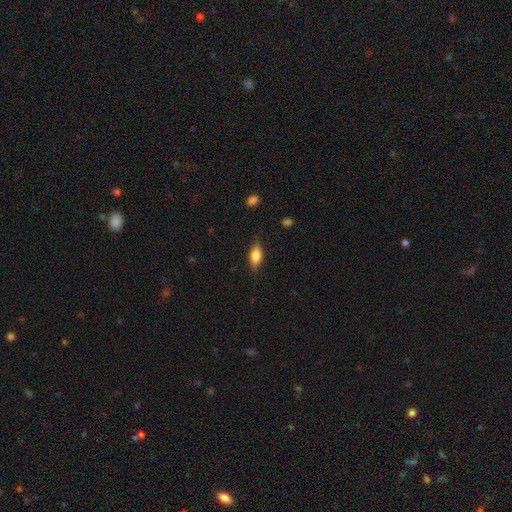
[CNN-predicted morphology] Smooth or featured?
  - smooth: 74% *
  - featured or disk: 18%
  - star or artifact: 7%
How rounded?
  - in between: 80% *
  - cigar-shaped: 16%
  - round: 4%
Merging?
  - none: 82% *
  - minor disturbance: 14%
  - major disturbance: 3%
  - merger: 1%